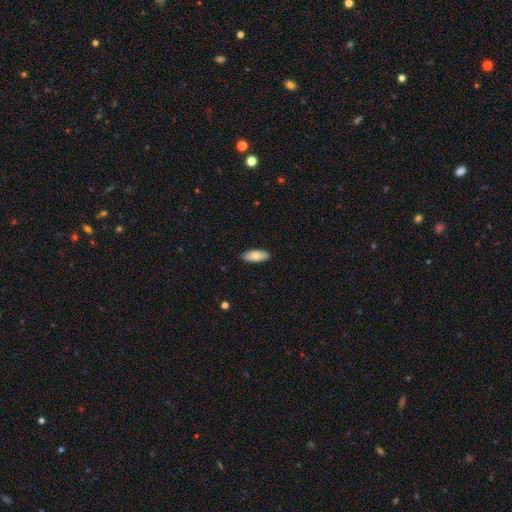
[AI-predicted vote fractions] Morphology: type=smooth (78%); roundness=in between (83%); merging=none (89%).